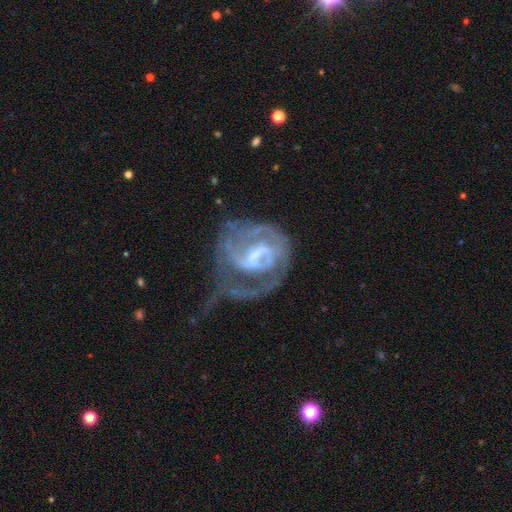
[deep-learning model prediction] This appears to be a featured or disk galaxy (85%) with a weak bar (55%), 2 (39%) tight (44%) spiral arms (91%) and a small central bulge (48%). Merging: major disturbance (46%).